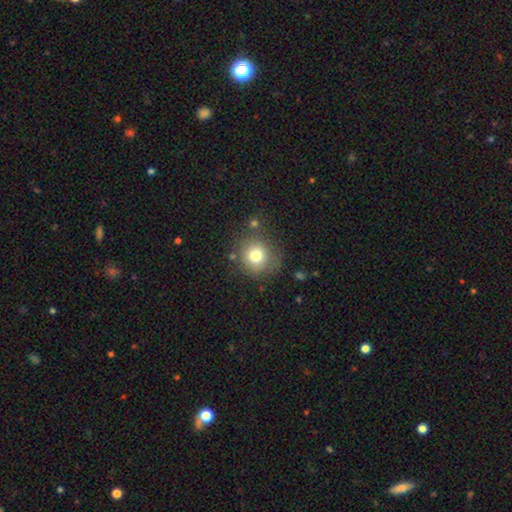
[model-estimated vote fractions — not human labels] smooth-or-featured: smooth: 77% | star or artifact: 12% | featured or disk: 11%
  how-rounded: round: 89% | in between: 10% | cigar-shaped: 1%
  merging: none: 77% | minor disturbance: 13% | major disturbance: 5% | merger: 5%